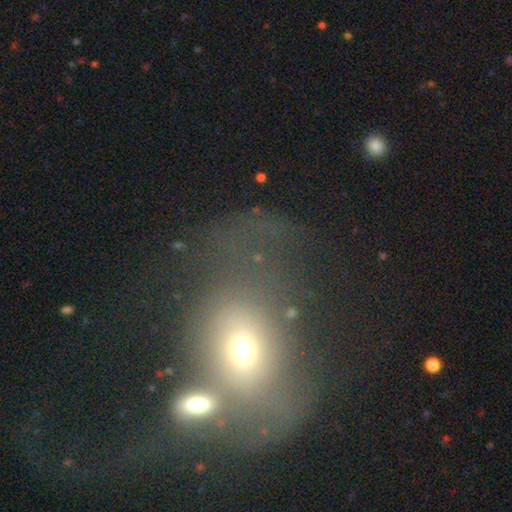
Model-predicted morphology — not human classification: Q: Smooth or featured?
A: smooth (51%); runner-up: featured or disk (28%)
Q: How rounded?
A: in between (50%); runner-up: round (49%)
Q: Merging?
A: merger (34%); runner-up: major disturbance (32%)